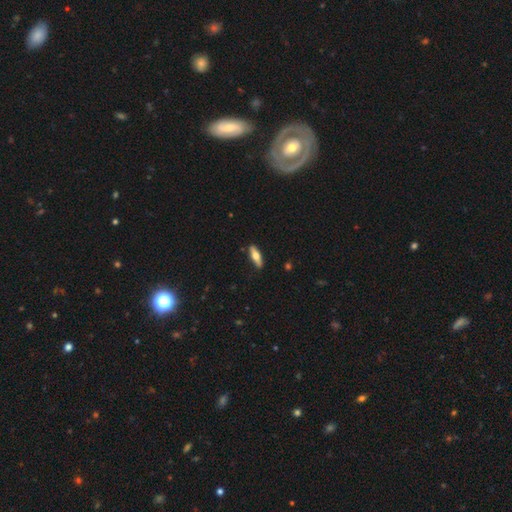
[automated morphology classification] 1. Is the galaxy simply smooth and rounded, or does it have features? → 55% smooth, 40% featured or disk, 6% star or artifact.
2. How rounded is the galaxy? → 50% cigar-shaped, 47% in between, 3% round.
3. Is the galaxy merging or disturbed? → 88% none, 9% minor disturbance, 2% major disturbance, 1% merger.